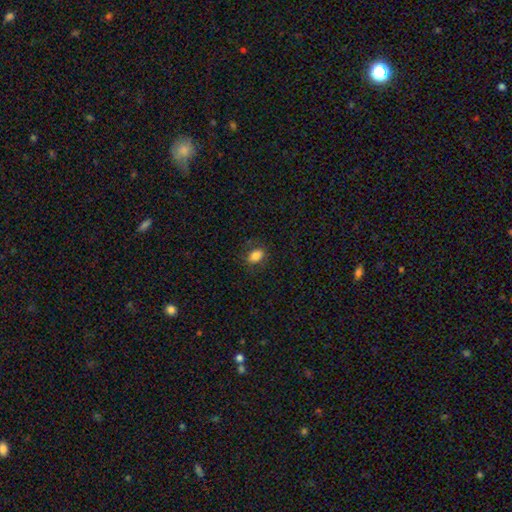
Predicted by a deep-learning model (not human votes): This appears to be a smooth galaxy with no disk features (84%) that is in between round and cigar-shaped (78%). Merging: none (82%).